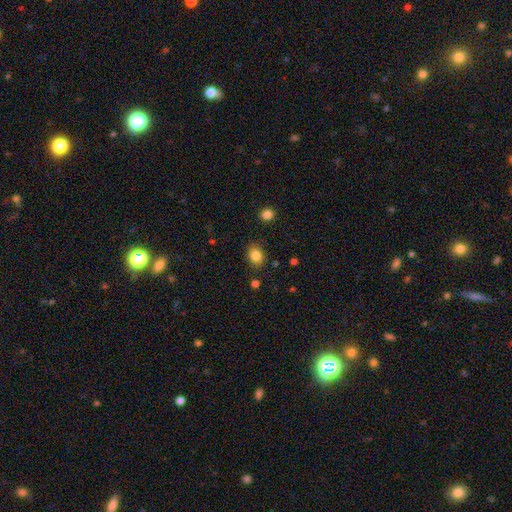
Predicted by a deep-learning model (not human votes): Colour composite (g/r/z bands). It shows a smooth galaxy with no disk features (84%) that is round (50%). Merging: none (85%).